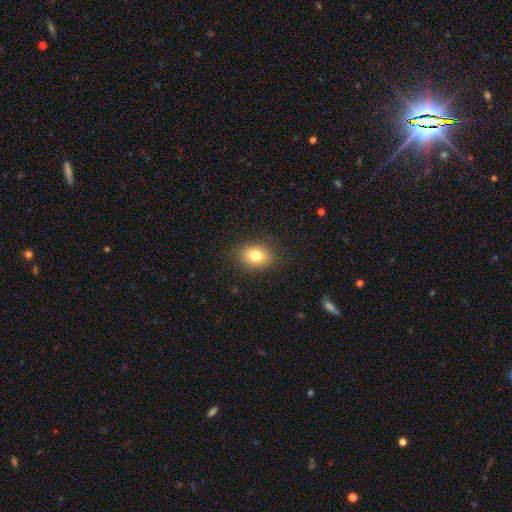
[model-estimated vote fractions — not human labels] This is likely a smooth galaxy (79%). How rounded: possibly in between (54%). Merging: clearly none (88%).